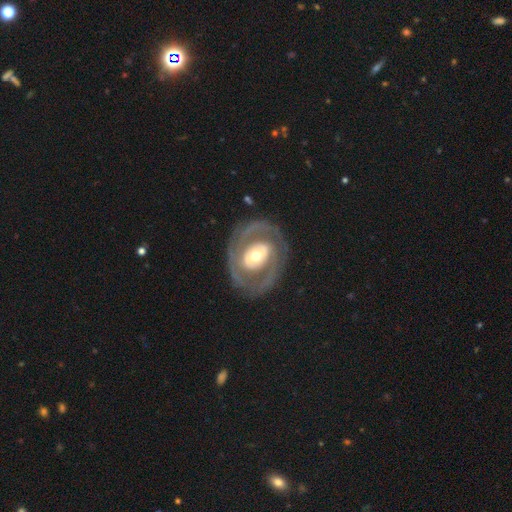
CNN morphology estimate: The model was most divided on "spiral winding": tight: 51%, medium: 36%, loose: 13%. Remaining: edge-on disk — no (96%); smooth or featured — featured or disk (80%); merging — none (78%); spiral arms — yes (71%); spiral arm count — 2 (71%); bulge size — moderate (66%); bar — no (47%).